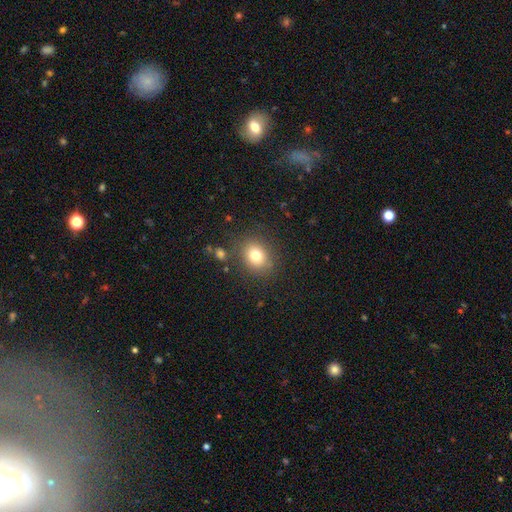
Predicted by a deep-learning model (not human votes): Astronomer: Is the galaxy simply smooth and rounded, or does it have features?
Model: smooth — 78%.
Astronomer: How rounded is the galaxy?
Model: round — 59% (runner-up: in between, 40%).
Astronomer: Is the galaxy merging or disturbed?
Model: none — 82%.